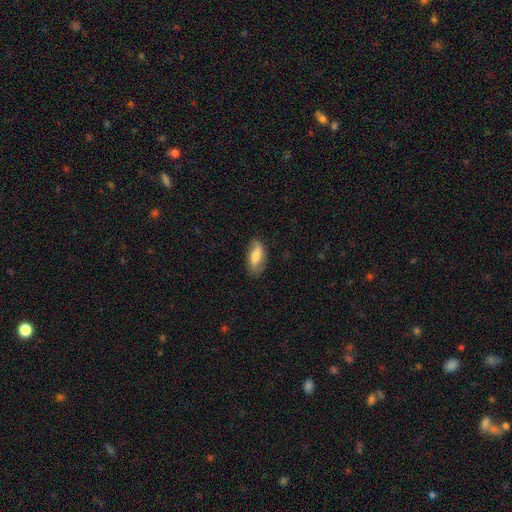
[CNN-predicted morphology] smooth 59%, featured or disk 34%, star or artifact 7%. Down the decision tree: how rounded — in between (85%); merging — none (76%).